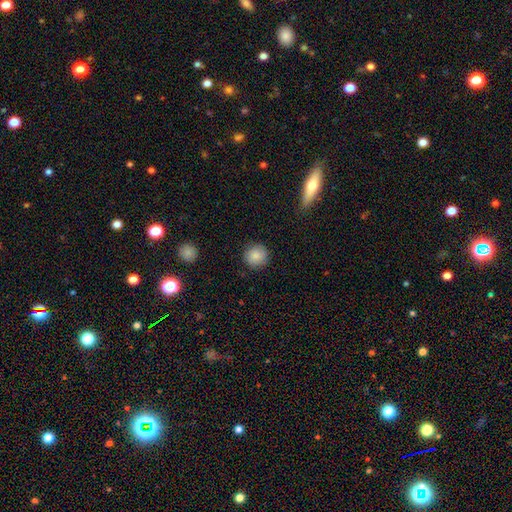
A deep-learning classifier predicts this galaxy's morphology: This appears to be a smooth galaxy with no disk features (87%) that is round (93%). Merging: none (90%).